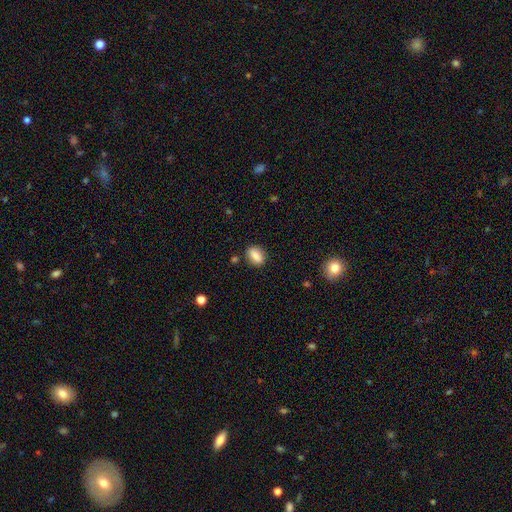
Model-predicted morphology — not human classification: A smooth galaxy with no disk features (84%) that is in between round and cigar-shaped (75%).

Vote fractions:
- Smooth or featured? smooth: 84% / star or artifact: 8% / featured or disk: 8%
- How rounded? in between: 75% / round: 19% / cigar-shaped: 5%
- Merging? none: 83% / minor disturbance: 11% / major disturbance: 3% / merger: 3%